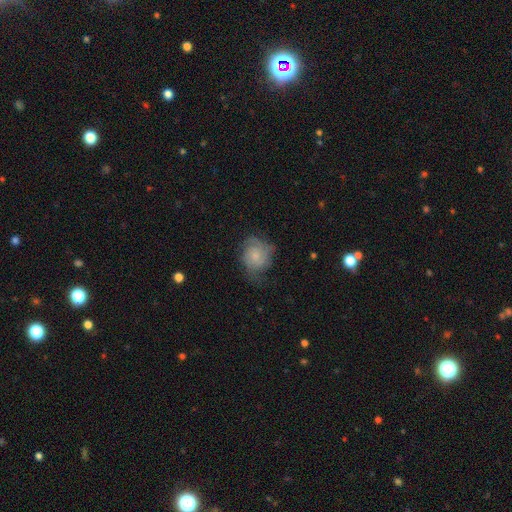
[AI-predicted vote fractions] The model was most divided on "smooth or featured": featured or disk: 51%, smooth: 40%, star or artifact: 8%. More confident: edge-on disk — no (97%); merging — none (54%).